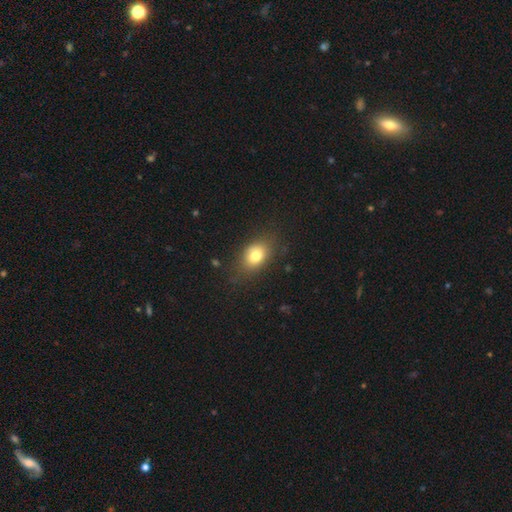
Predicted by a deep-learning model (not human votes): Smooth or featured? Predicted: smooth (p=0.77). How rounded? Predicted: in between (p=0.70). Merging? Predicted: none (p=0.74).